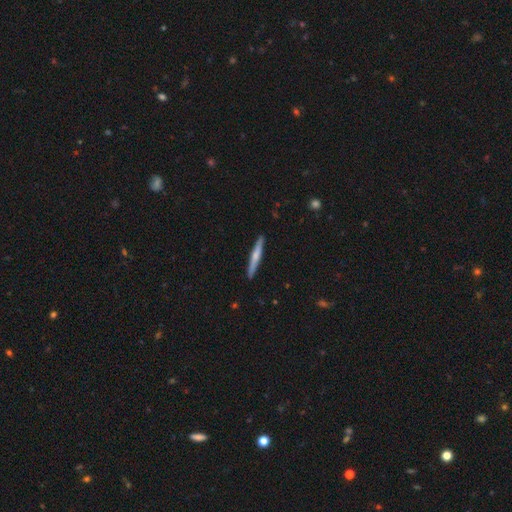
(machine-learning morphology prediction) Q: Smooth or featured?
A: smooth (53%); runner-up: featured or disk (42%)
Q: How rounded?
A: cigar-shaped (96%); runner-up: in between (3%)
Q: Merging?
A: none (91%); runner-up: minor disturbance (6%)